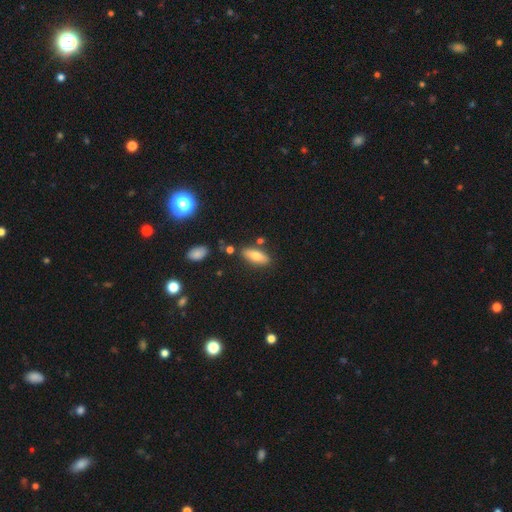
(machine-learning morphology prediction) This appears to be a smooth galaxy with no disk features (73%) that is in between round and cigar-shaped (72%). Merging: none (80%).